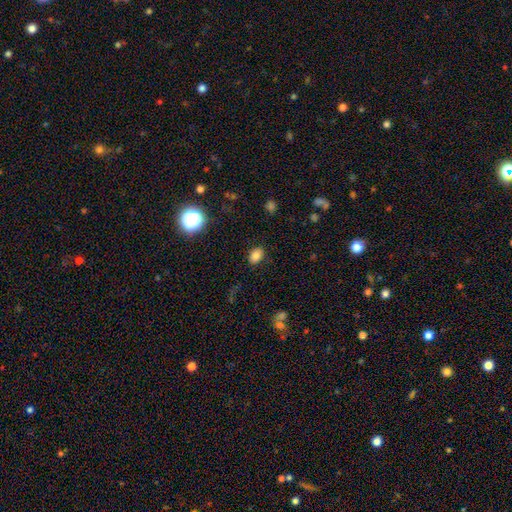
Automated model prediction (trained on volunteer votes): This is clearly a smooth galaxy (82%). How rounded: likely in between (78%). Merging: clearly none (86%).